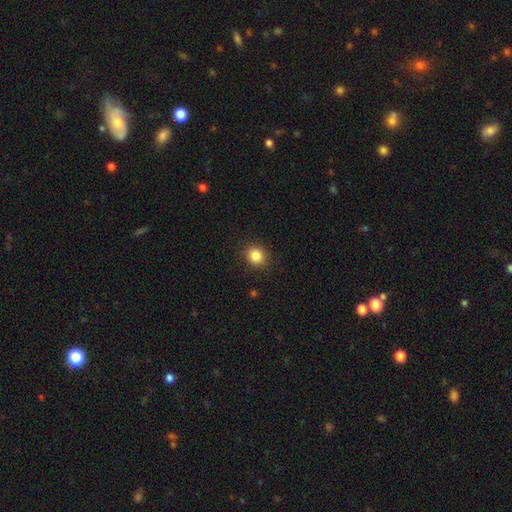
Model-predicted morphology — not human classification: A smooth galaxy with no disk features (86%) that is round (76%). Merging: none (90%).